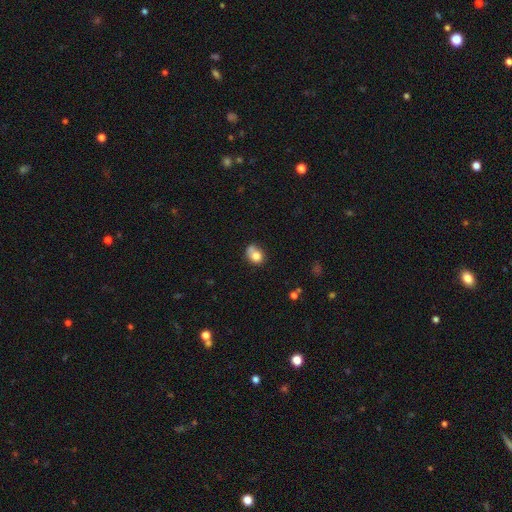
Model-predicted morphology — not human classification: type=smooth (77%); roundness=round (64%); merging=none (42%).